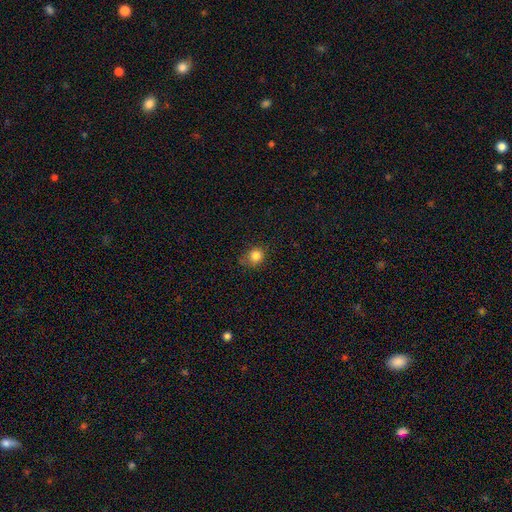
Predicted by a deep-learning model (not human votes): smooth_or_featured: smooth (p=0.84) [alt: star or artifact p=0.11]
how_rounded: round (p=0.81) [alt: in between p=0.18]
merging: none (p=0.71) [alt: minor disturbance p=0.22]